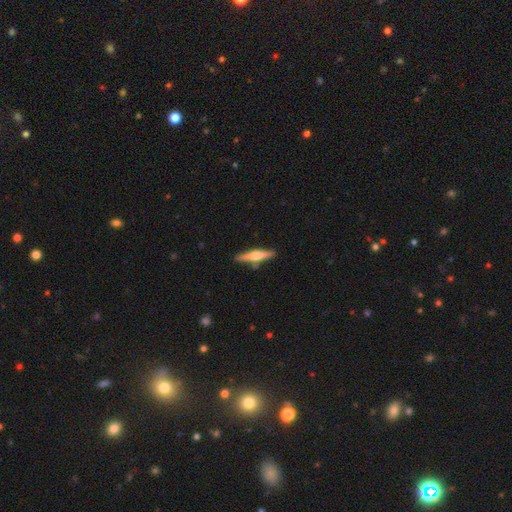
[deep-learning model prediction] Q: Smooth or featured?
A: featured or disk (57%); runner-up: smooth (37%)
Q: Edge-on disk?
A: yes (97%); runner-up: no (3%)
Q: Edge-on bulge?
A: rounded (87%); runner-up: boxy (9%)
Q: Merging?
A: none (85%); runner-up: minor disturbance (10%)